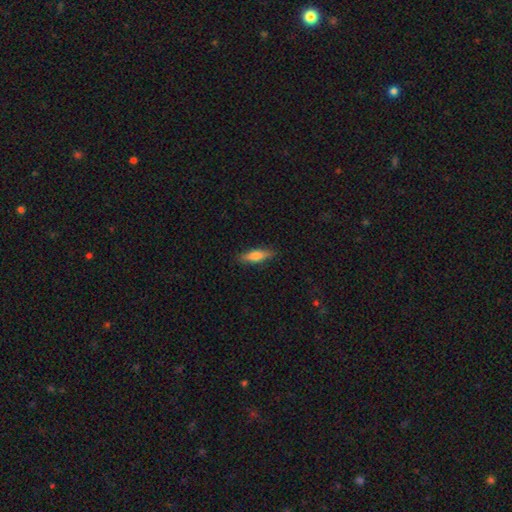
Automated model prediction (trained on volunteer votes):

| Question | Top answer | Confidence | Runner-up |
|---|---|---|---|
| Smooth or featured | smooth | 70% | featured or disk (24%) |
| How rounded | cigar-shaped | 56% | in between (41%) |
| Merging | none | 87% | minor disturbance (10%) |